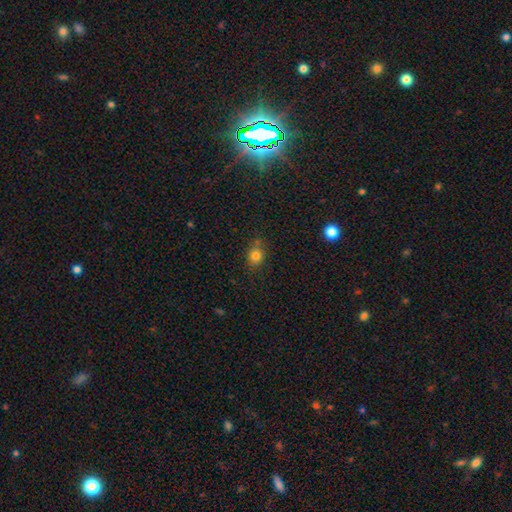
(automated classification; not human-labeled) The model was most divided on "how rounded": round: 59%, in between: 40%, cigar-shaped: 1%. More confident: smooth or featured — smooth (79%); merging — none (69%).